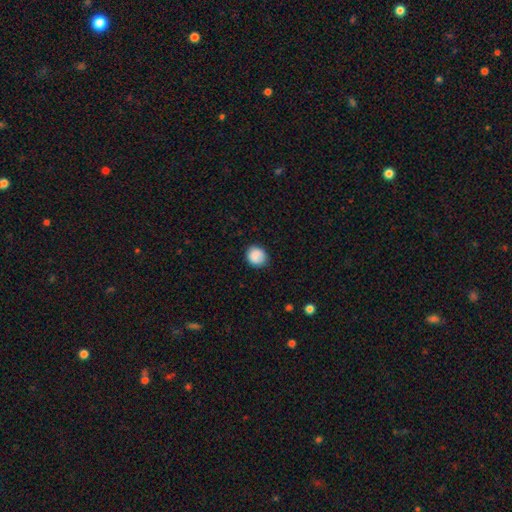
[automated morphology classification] This appears to be a smooth galaxy with no disk features (85%) that is round (82%). Merging: none (81%).